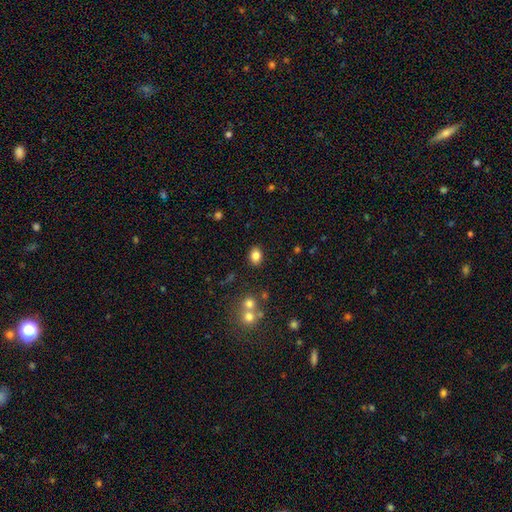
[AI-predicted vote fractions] smooth 83%, star or artifact 11%, featured or disk 7%. Down the decision tree: how rounded — in between (66%); merging — none (86%).